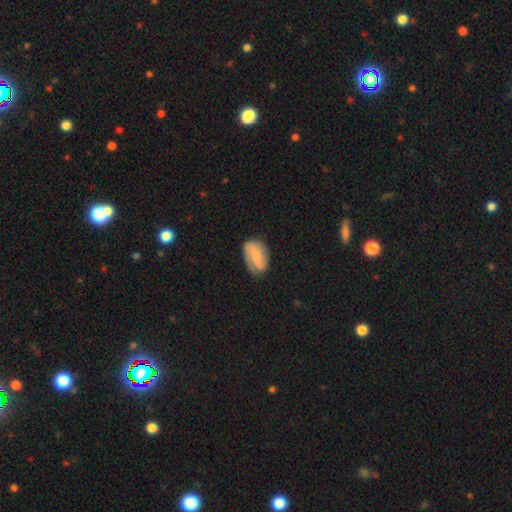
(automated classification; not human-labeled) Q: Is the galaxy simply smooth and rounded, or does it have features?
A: featured or disk — 51%.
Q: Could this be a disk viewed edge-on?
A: no — 96%.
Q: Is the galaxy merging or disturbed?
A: none — 70%.